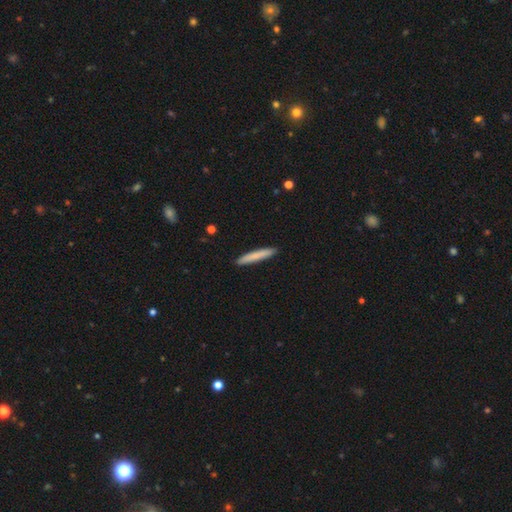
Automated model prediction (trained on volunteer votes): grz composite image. It shows a smooth galaxy with no disk features (80%) that is cigar-shaped (95%). Merging: none (92%).